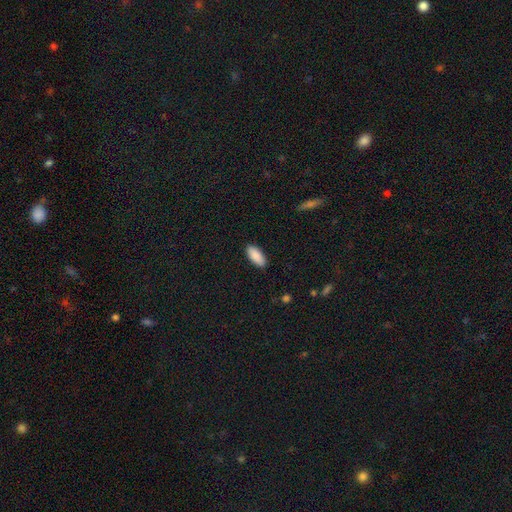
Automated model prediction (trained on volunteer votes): Smooth or featured: smooth — 90% (star or artifact — 6%)
How rounded: in between — 87% (cigar-shaped — 12%)
Merging: none — 89% (minor disturbance — 8%)